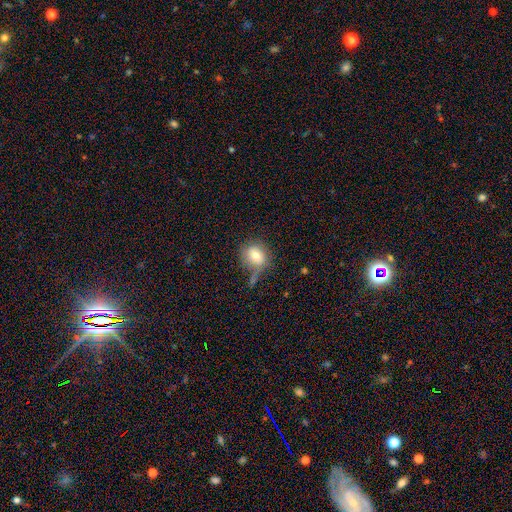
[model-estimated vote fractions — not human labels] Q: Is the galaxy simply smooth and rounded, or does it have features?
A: smooth — 76%.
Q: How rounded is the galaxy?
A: round — 68%.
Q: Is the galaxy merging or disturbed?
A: none — 55%.